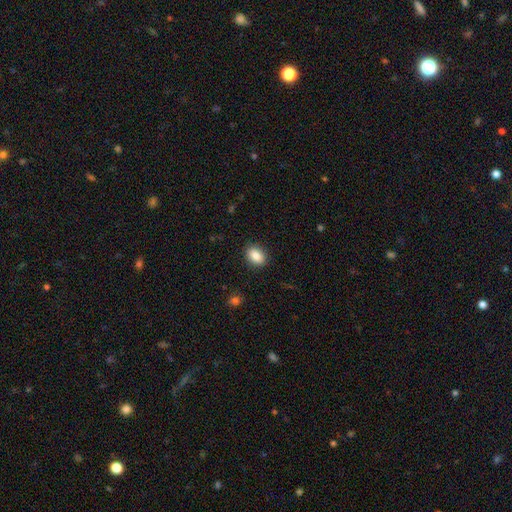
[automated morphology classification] smooth_or_featured: smooth (p=0.87) [alt: star or artifact p=0.08]
how_rounded: in between (p=0.80) [alt: round p=0.19]
merging: none (p=0.89) [alt: minor disturbance p=0.08]